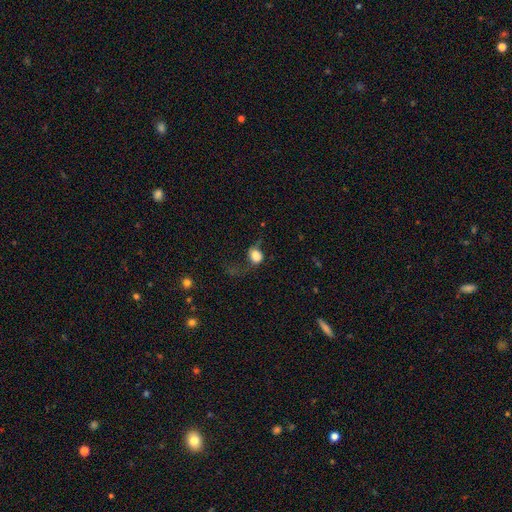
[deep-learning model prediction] The model was most divided on "merging": major disturbance: 44%, none: 29%, minor disturbance: 23%, merger: 4%. More confident: smooth or featured — smooth (73%); how rounded — round (59%).